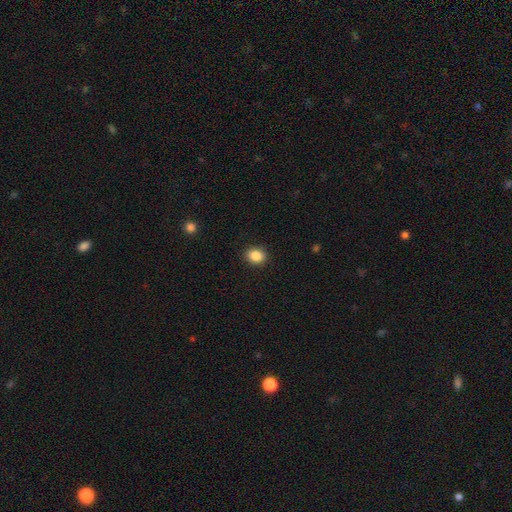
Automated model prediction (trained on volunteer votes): smooth-or-featured: smooth: 87% | star or artifact: 9% | featured or disk: 4%
  how-rounded: round: 52% | in between: 47% | cigar-shaped: 1%
  merging: none: 90% | minor disturbance: 7% | major disturbance: 2% | merger: 1%